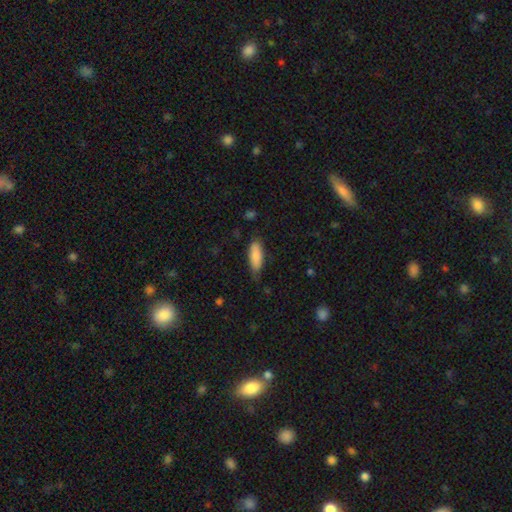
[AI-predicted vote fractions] smooth-or-featured: smooth: 85% | featured or disk: 10% | star or artifact: 6%
  how-rounded: in between: 70% | cigar-shaped: 29% | round: 2%
  merging: none: 68% | minor disturbance: 26% | major disturbance: 5% | merger: 2%